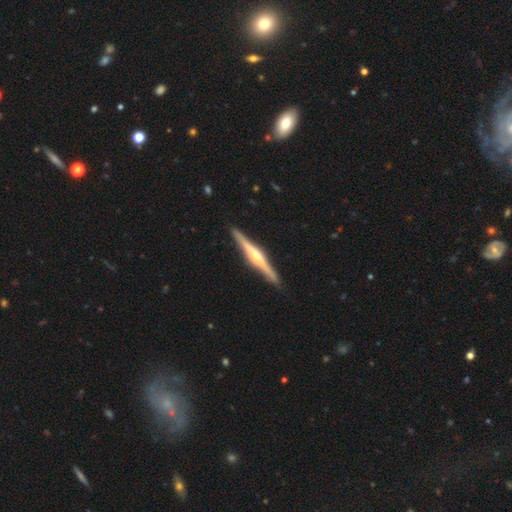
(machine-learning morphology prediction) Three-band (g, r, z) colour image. It shows a featured or disk galaxy (82%) viewed edge-on (98%) with a rounded central bulge (87%). Merging: none (91%).